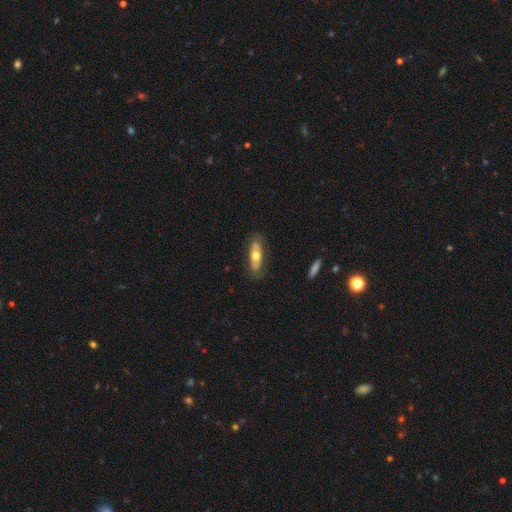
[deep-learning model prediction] Smooth or featured? Predicted: smooth (p=0.56). How rounded? Predicted: in between (p=0.61). Merging? Predicted: none (p=0.80).